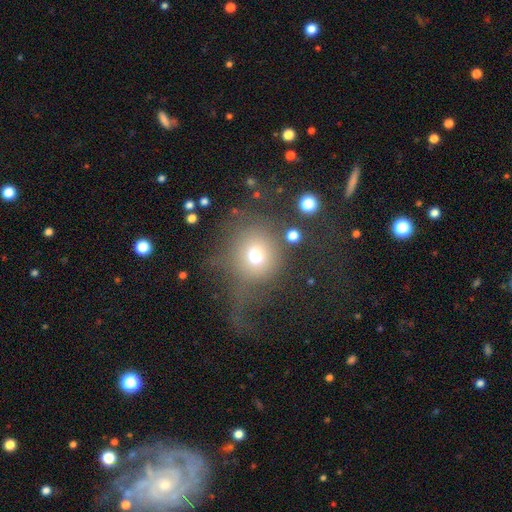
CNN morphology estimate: smooth_or_featured: smooth (p=0.69) [alt: star or artifact p=0.16]
how_rounded: round (p=0.86) [alt: in between p=0.13]
merging: none (p=0.46) [alt: major disturbance p=0.31]